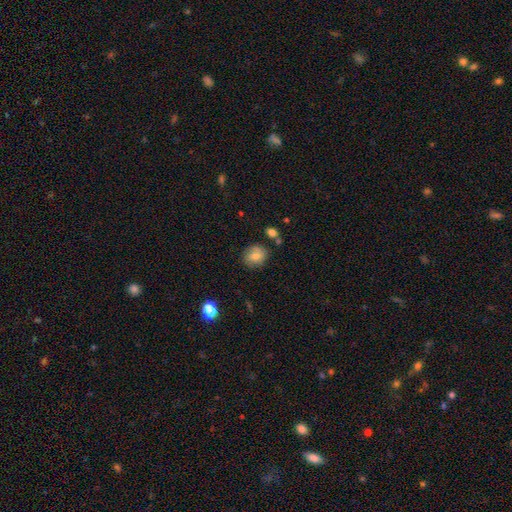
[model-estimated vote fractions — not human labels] This is likely a smooth galaxy (76%). How rounded: likely round (69%). Merging: likely none (76%).